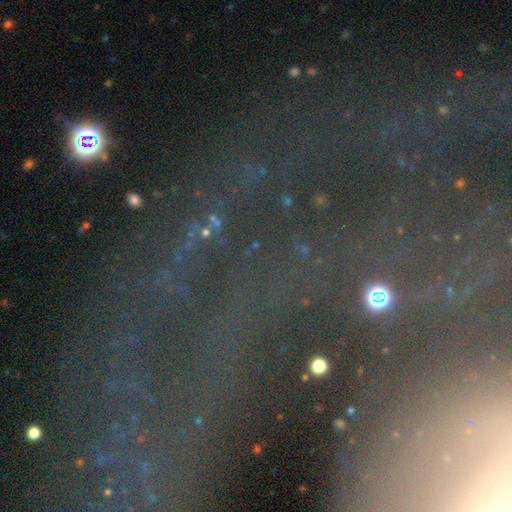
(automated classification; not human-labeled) Morphology: type=star or artifact (69%).